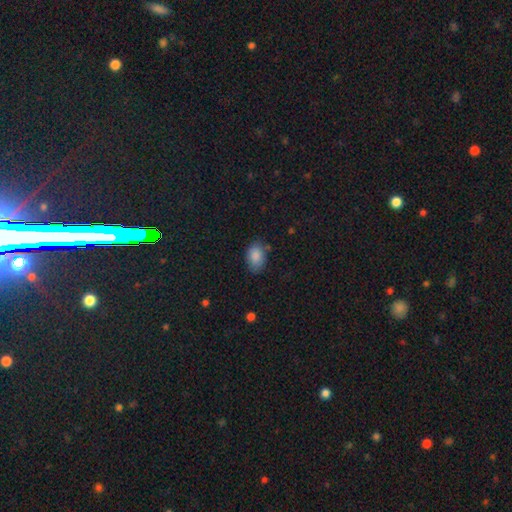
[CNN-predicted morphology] Overall: smooth (87%). How rounded: in between (81%). Merging: none (74%).